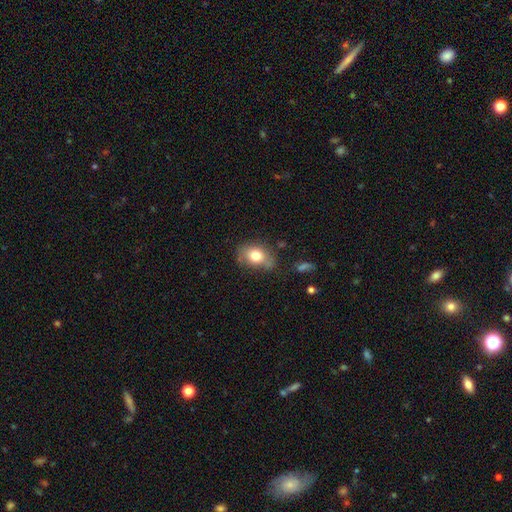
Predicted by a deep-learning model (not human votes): smooth 75%, featured or disk 15%, star or artifact 10%. Down the decision tree: how rounded — in between (65%); merging — none (66%).